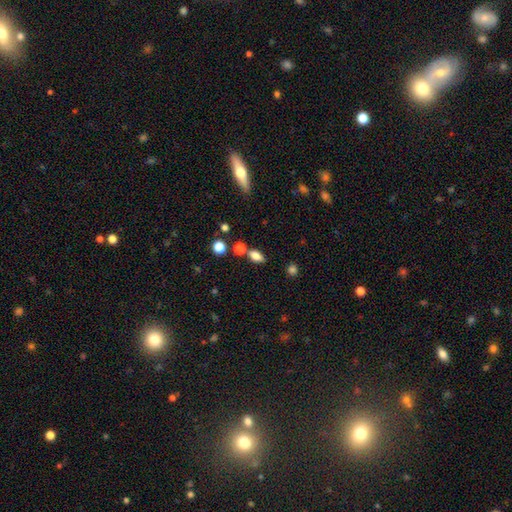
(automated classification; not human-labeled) This appears to be a smooth galaxy with no disk features (78%) that is in between round and cigar-shaped (82%). Merging: none (70%).